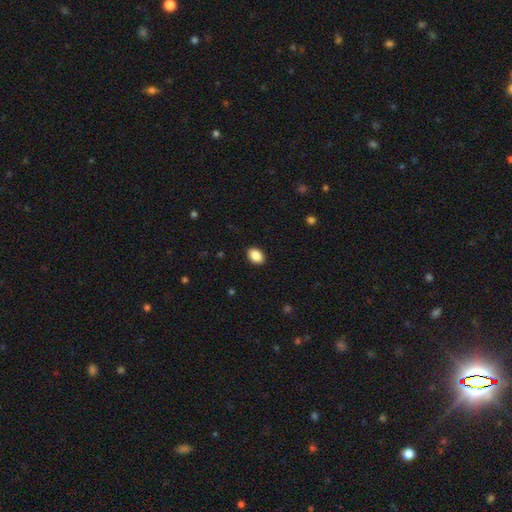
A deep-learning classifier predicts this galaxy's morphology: Smooth or featured? Predicted: smooth (p=0.88). How rounded? Predicted: in between (p=0.81). Merging? Predicted: none (p=0.90).